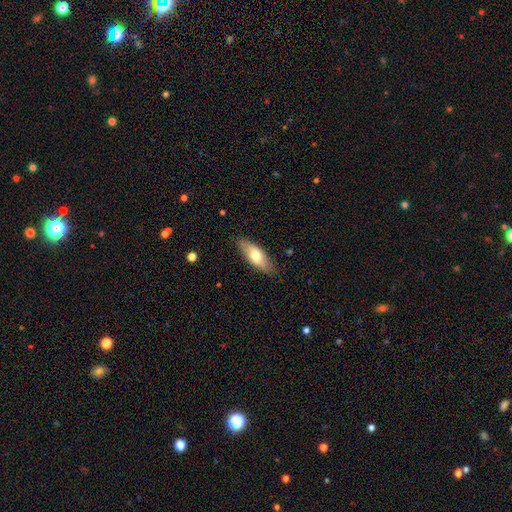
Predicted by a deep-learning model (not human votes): Smooth or featured?
  - smooth: 67% *
  - featured or disk: 27%
  - star or artifact: 6%
How rounded?
  - in between: 73% *
  - cigar-shaped: 25%
  - round: 2%
Merging?
  - none: 85% *
  - minor disturbance: 12%
  - major disturbance: 2%
  - merger: 1%